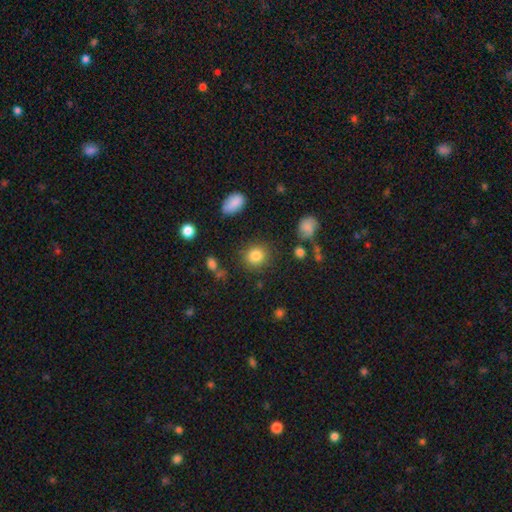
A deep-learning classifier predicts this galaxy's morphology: This appears to be a smooth galaxy with no disk features (83%) that is round (85%). Merging: none (85%).